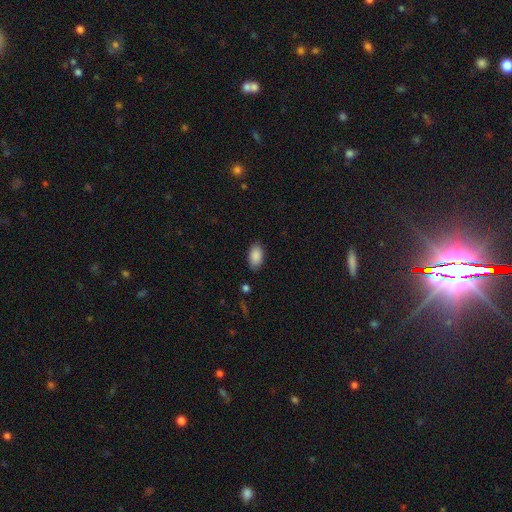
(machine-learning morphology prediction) type=smooth (89%); roundness=in between (93%); merging=none (85%).